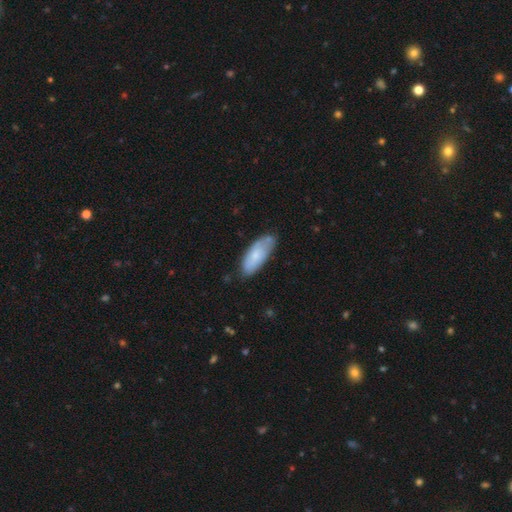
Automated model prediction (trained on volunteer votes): This appears to be a smooth galaxy with no disk features (71%) that is in between round and cigar-shaped (78%). Merging: none (68%).